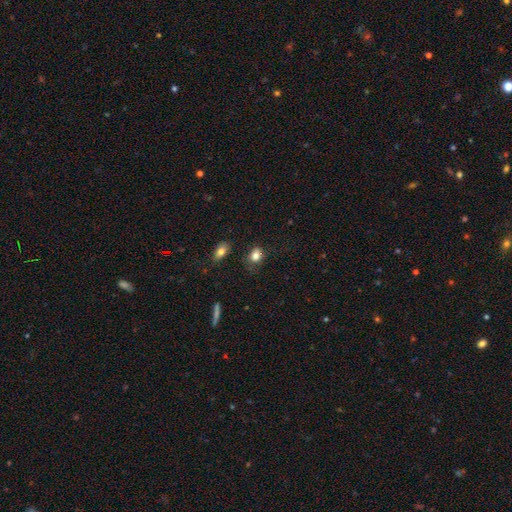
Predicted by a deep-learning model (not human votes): Overall: smooth (82%). How rounded: in between (53%; round 46%). Merging: none (66%).